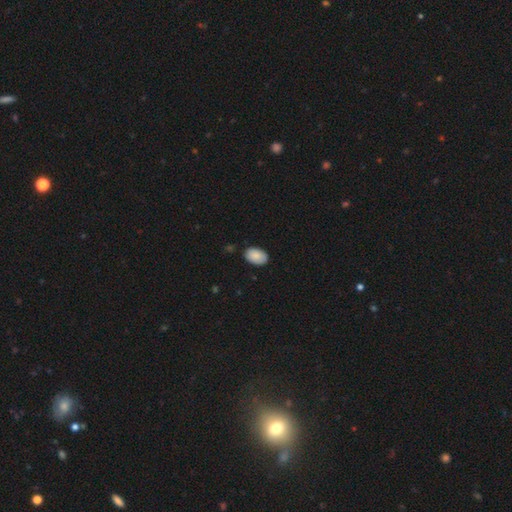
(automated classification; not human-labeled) A smooth galaxy with no disk features (87%) that is in between round and cigar-shaped (91%).

Vote fractions:
- Smooth or featured? smooth: 87% / star or artifact: 6% / featured or disk: 6%
- How rounded? in between: 91% / round: 8% / cigar-shaped: 1%
- Merging? none: 84% / minor disturbance: 13% / major disturbance: 2% / merger: 1%